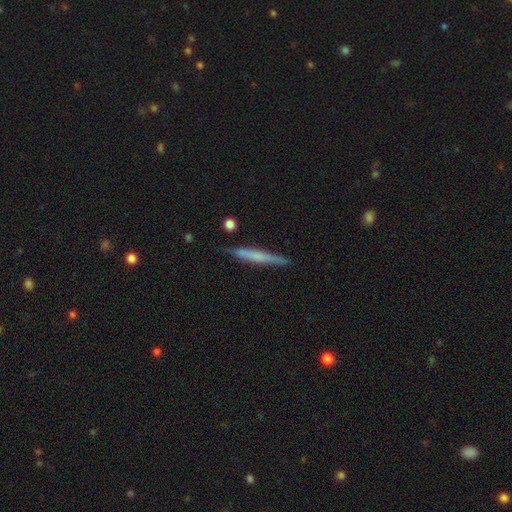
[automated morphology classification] A smooth galaxy with no disk features (50%) that is cigar-shaped (95%).

Vote fractions:
- Smooth or featured? smooth: 50% / featured or disk: 44% / star or artifact: 6%
- How rounded? cigar-shaped: 95% / in between: 3% / round: 2%
- Merging? none: 82% / minor disturbance: 13% / major disturbance: 2% / merger: 2%